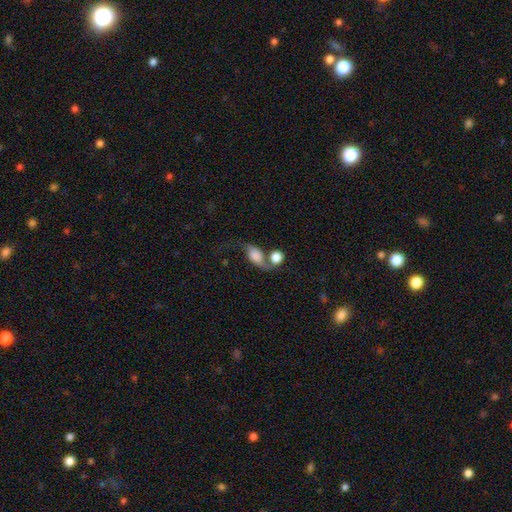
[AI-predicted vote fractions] Smooth or featured: smooth — 48% (featured or disk — 42%)
Merging: merger — 44% (none — 25%)